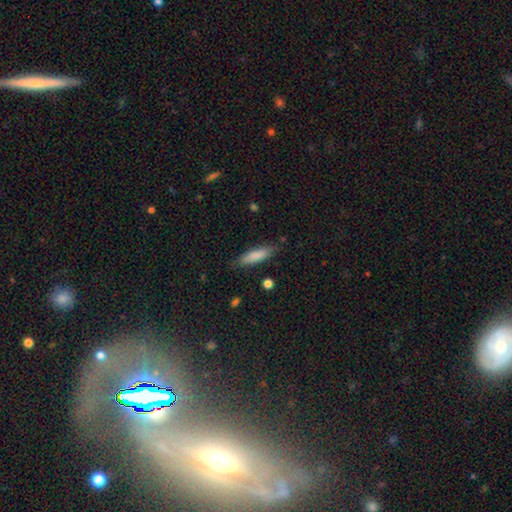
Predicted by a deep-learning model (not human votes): Morphology: type=smooth (84%); roundness=cigar-shaped (67%); merging=none (81%).